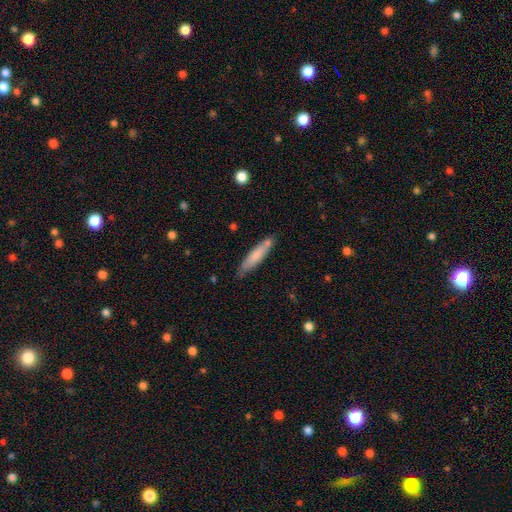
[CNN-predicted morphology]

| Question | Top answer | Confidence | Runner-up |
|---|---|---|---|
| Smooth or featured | smooth | 74% | featured or disk (20%) |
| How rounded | cigar-shaped | 86% | in between (13%) |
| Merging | none | 75% | minor disturbance (17%) |